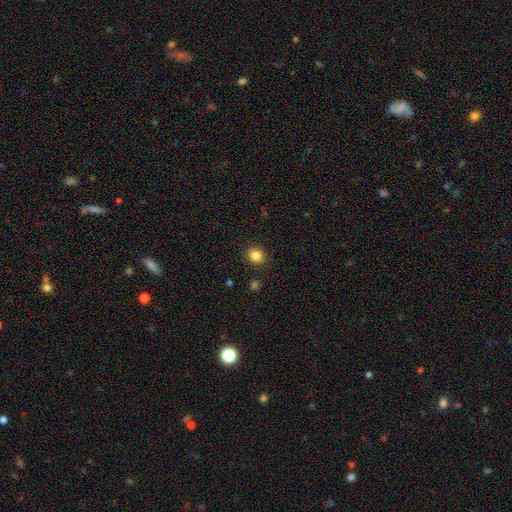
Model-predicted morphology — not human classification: This is clearly a smooth galaxy (84%). How rounded: clearly round (82%). Merging: clearly none (90%).